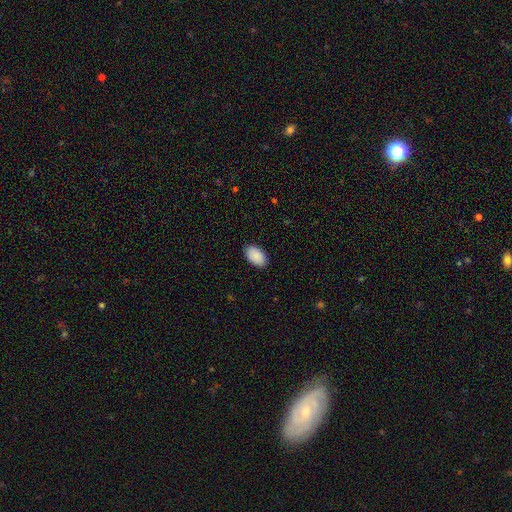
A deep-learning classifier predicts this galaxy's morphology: A smooth galaxy with no disk features (91%) that is in between round and cigar-shaped (95%). Merging: none (89%).